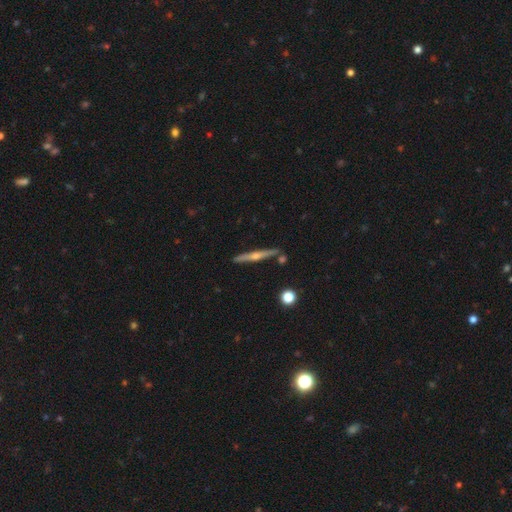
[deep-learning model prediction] Morphology: type=featured or disk (70%); edge-on=yes (98%); edge-on bulge=rounded (83%); merging=none (87%).